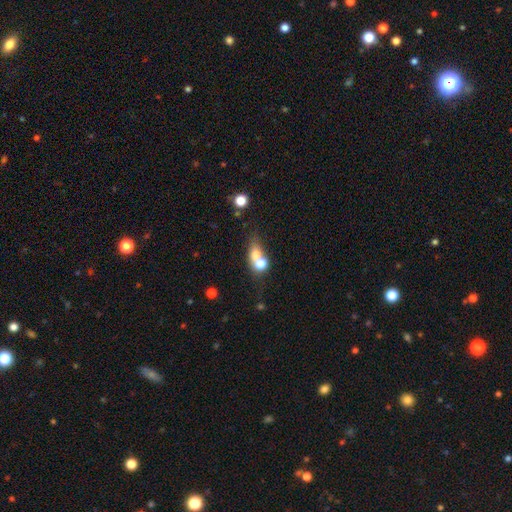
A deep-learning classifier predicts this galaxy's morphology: smooth 66%, featured or disk 21%, star or artifact 13%. Down the decision tree: how rounded — in between (51%); merging — merger (51%).